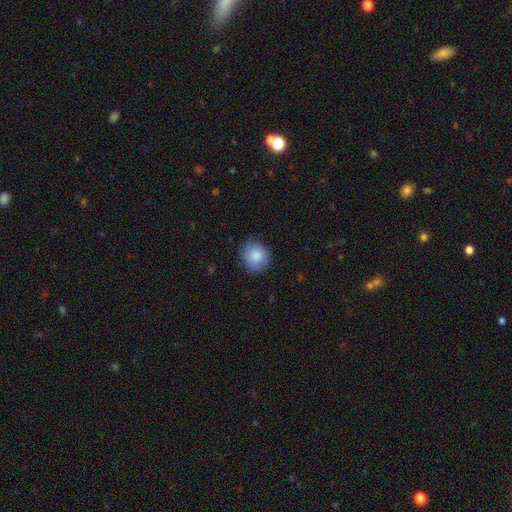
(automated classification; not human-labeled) smooth-or-featured: smooth: 85% | featured or disk: 8% | star or artifact: 7%
  how-rounded: round: 87% | in between: 12% | cigar-shaped: 1%
  merging: none: 76% | minor disturbance: 19% | major disturbance: 4% | merger: 1%